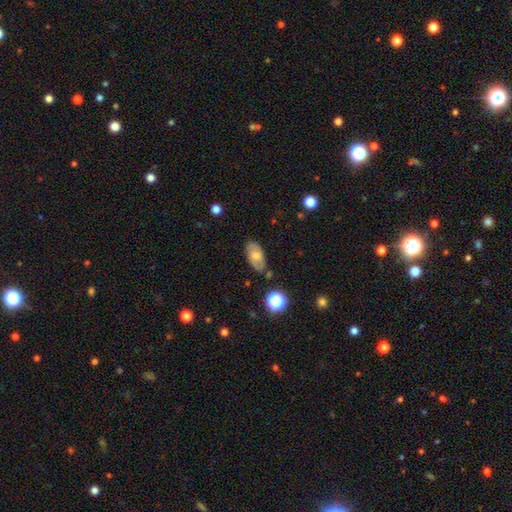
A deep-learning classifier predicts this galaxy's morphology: smooth_or_featured: smooth (p=0.60) [alt: featured or disk p=0.32]
how_rounded: in between (p=0.91) [alt: round p=0.06]
merging: none (p=0.77) [alt: minor disturbance p=0.16]